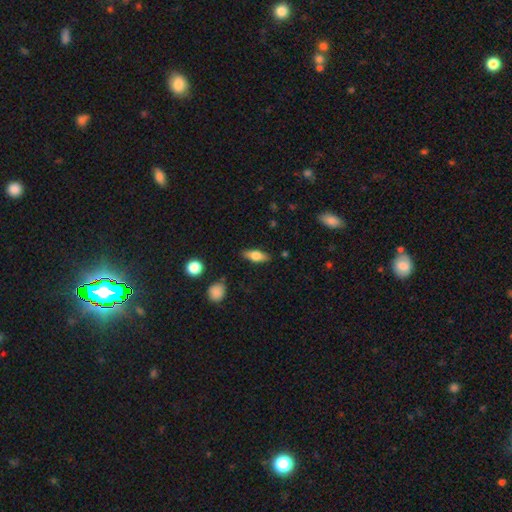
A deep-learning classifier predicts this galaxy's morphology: Smooth or featured? Predicted: smooth (p=0.65). How rounded? Predicted: in between (p=0.72). Merging? Predicted: none (p=0.84).